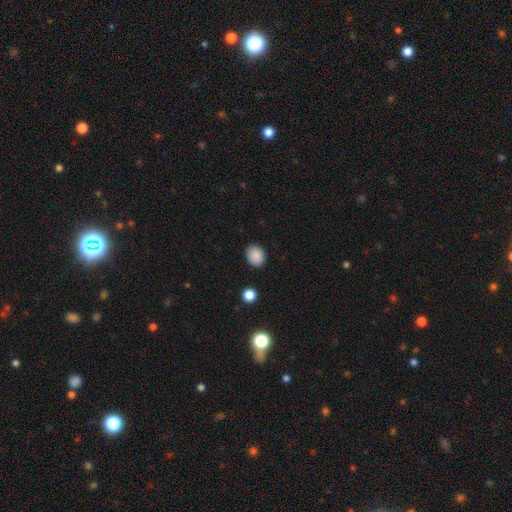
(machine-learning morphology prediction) This is clearly a smooth galaxy (88%). How rounded: possibly round (57%). Merging: clearly none (89%).